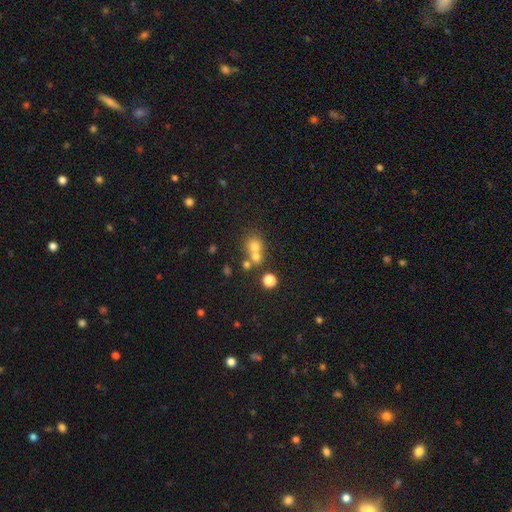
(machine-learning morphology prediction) A smooth galaxy with no disk features (54%) that is round (72%). Merging: none (50%).